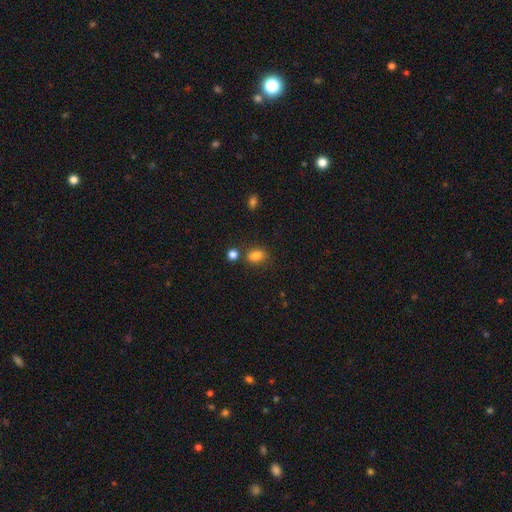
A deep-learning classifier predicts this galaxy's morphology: Q: Smooth or featured?
A: smooth (84%); runner-up: star or artifact (11%)
Q: How rounded?
A: in between (75%); runner-up: round (24%)
Q: Merging?
A: none (70%); runner-up: minor disturbance (14%)